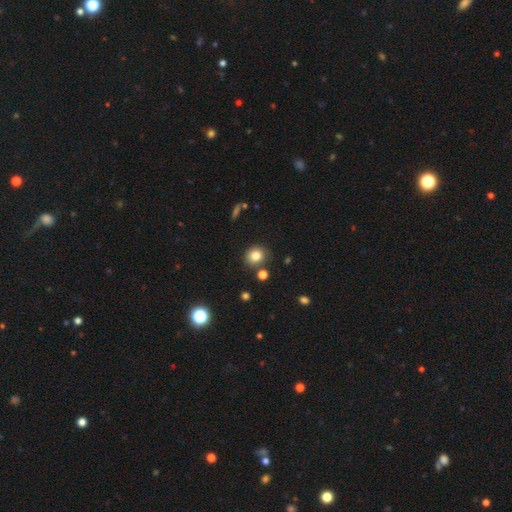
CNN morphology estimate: Overall: smooth (82%). How rounded: round (83%). Merging: none (82%).